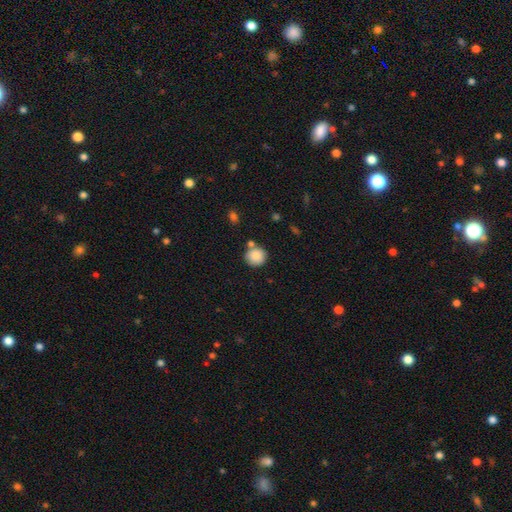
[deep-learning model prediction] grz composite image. It shows a smooth galaxy with no disk features (87%) that is round (89%). Merging: none (74%).